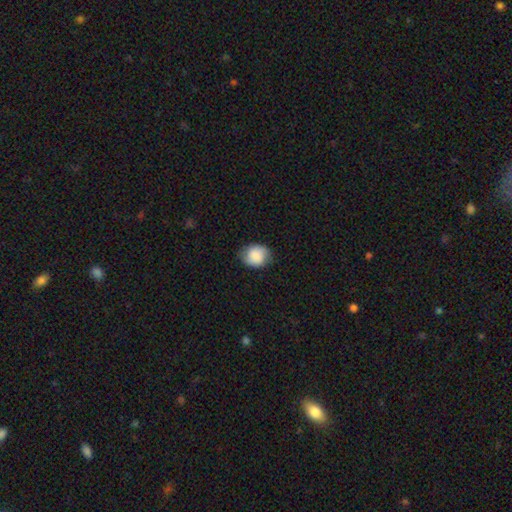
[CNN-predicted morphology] Smooth or featured? Predicted: smooth (p=0.79). How rounded? Predicted: round (p=0.60). Merging? Predicted: none (p=0.75).